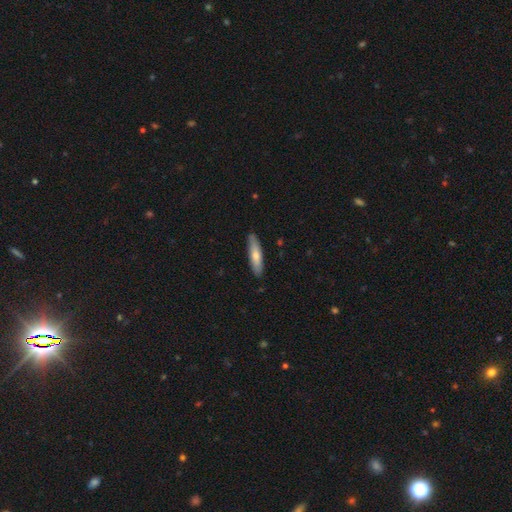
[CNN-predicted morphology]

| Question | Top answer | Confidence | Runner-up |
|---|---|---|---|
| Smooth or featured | smooth | 63% | featured or disk (32%) |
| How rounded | cigar-shaped | 74% | in between (25%) |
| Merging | none | 87% | minor disturbance (10%) |